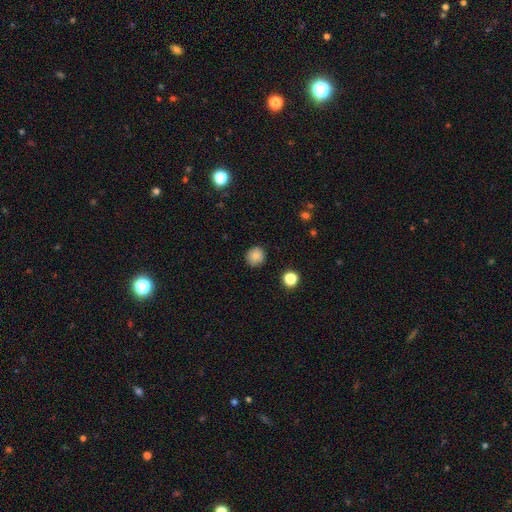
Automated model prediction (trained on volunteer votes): smooth_or_featured: smooth (p=0.82) [alt: star or artifact p=0.10]
how_rounded: round (p=0.92) [alt: in between p=0.07]
merging: none (p=0.89) [alt: minor disturbance p=0.08]